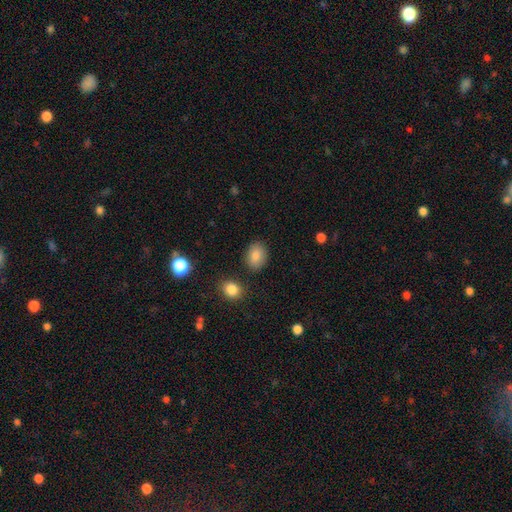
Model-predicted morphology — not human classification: This is clearly a smooth galaxy (84%). How rounded: likely in between (67%). Merging: clearly none (84%).